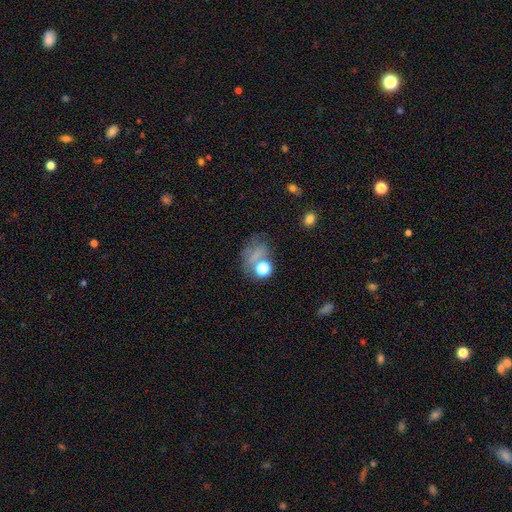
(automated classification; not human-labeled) Smooth or featured: smooth — 53% (star or artifact — 31%)
How rounded: round — 52% (in between — 46%)
Merging: none — 51% (minor disturbance — 18%)